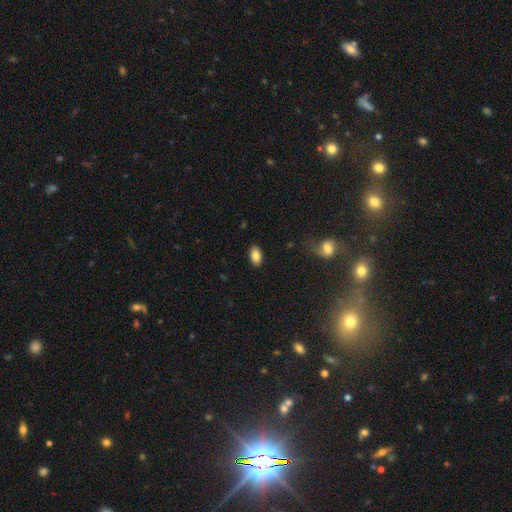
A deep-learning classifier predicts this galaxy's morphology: Smooth or featured: smooth — 84% (featured or disk — 8%)
How rounded: in between — 92% (round — 6%)
Merging: none — 87% (minor disturbance — 9%)